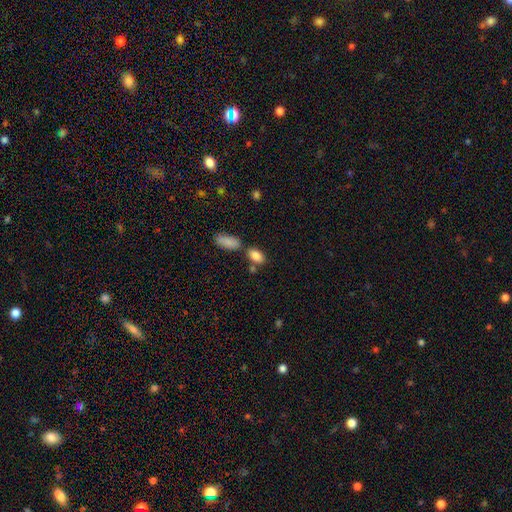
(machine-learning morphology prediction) smooth_or_featured: smooth (p=0.86) [alt: star or artifact p=0.08]
how_rounded: in between (p=0.90) [alt: round p=0.05]
merging: none (p=0.61) [alt: merger p=0.22]